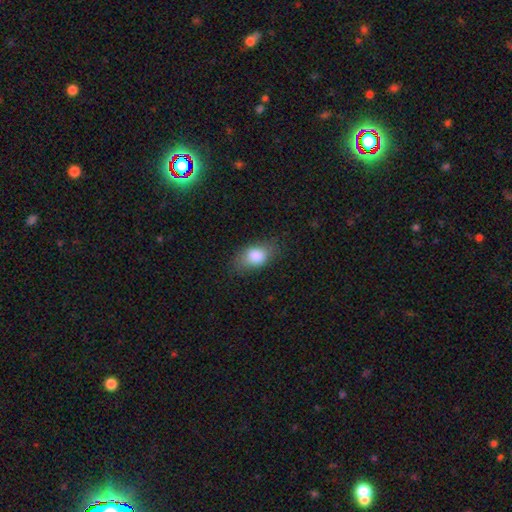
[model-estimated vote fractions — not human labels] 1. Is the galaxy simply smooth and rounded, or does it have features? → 84% smooth, 8% featured or disk, 8% star or artifact.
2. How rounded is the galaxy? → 84% in between, 14% round, 3% cigar-shaped.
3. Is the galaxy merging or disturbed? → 72% none, 20% minor disturbance, 7% major disturbance, 1% merger.